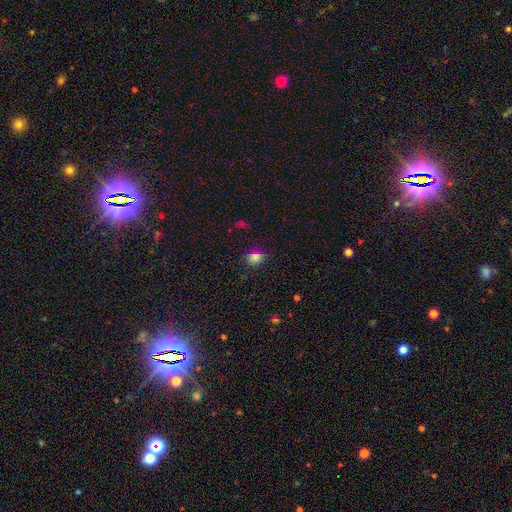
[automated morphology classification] Smooth or featured? Predicted: smooth (p=0.79). How rounded? Predicted: in between (p=0.52). Merging? Predicted: none (p=0.82).